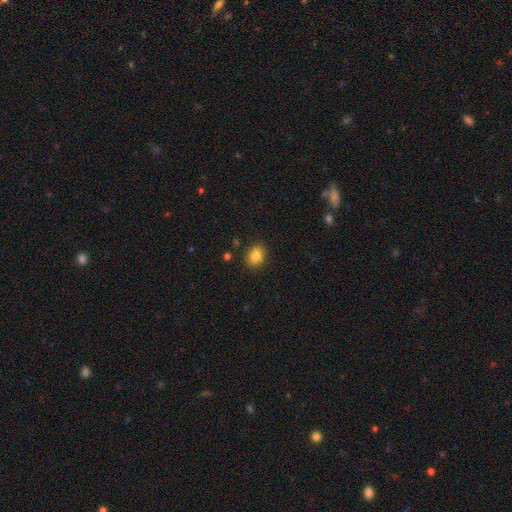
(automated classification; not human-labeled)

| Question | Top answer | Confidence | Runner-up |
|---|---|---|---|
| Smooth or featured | smooth | 85% | star or artifact (10%) |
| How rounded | in between | 57% | round (42%) |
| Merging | none | 88% | minor disturbance (8%) |